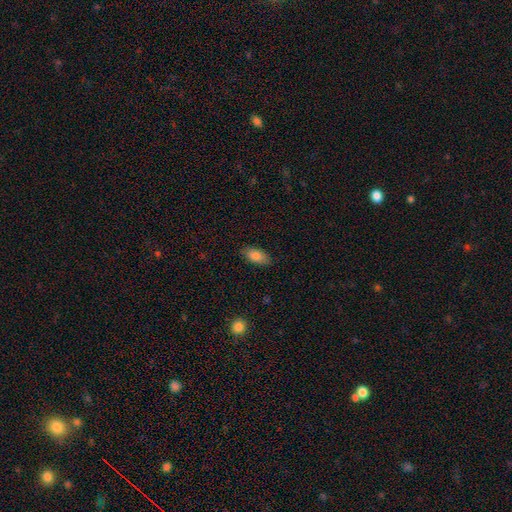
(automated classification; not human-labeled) The model was most divided on "merging": none: 86%, minor disturbance: 11%, major disturbance: 2%, merger: 1%. More confident: how rounded — in between (90%); smooth or featured — smooth (84%).